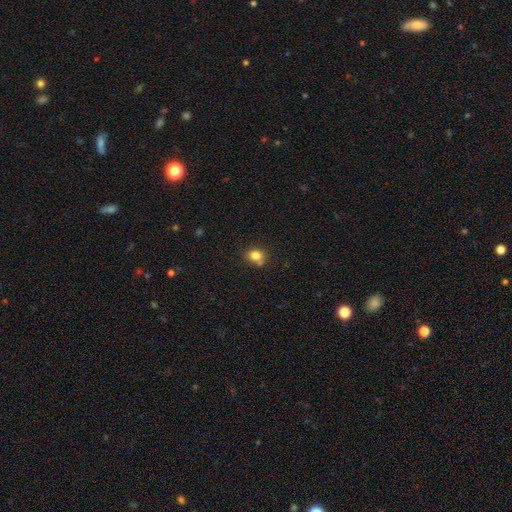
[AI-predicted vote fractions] This is clearly a smooth galaxy (81%). How rounded: possibly round (59%). Merging: likely none (67%).